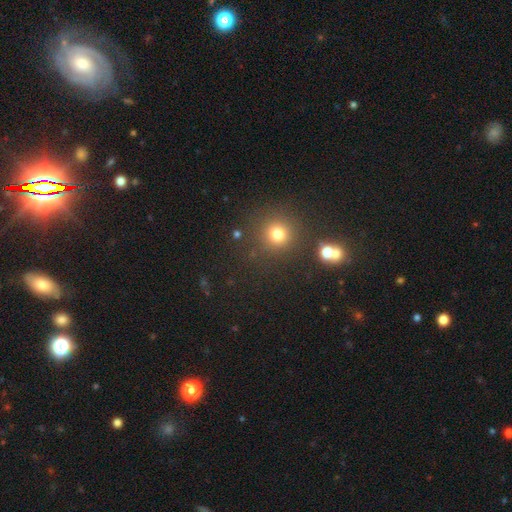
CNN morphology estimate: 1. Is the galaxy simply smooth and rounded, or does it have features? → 59% smooth, 35% star or artifact, 6% featured or disk.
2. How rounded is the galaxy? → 93% round, 6% in between, 1% cigar-shaped.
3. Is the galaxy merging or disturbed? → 82% none, 7% minor disturbance, 7% merger, 3% major disturbance.